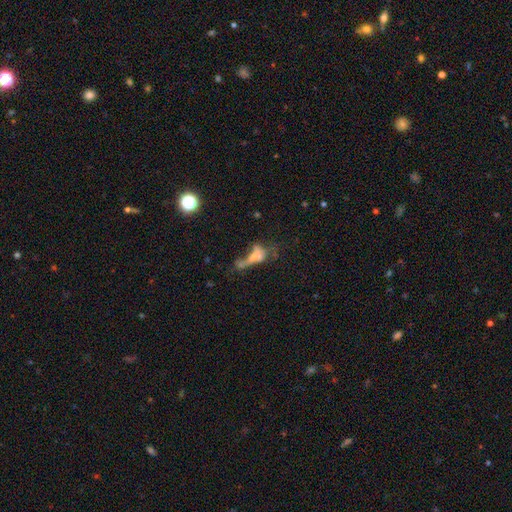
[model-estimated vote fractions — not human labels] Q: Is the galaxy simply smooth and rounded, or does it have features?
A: smooth — 44%.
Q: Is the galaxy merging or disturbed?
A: merger — 36%.